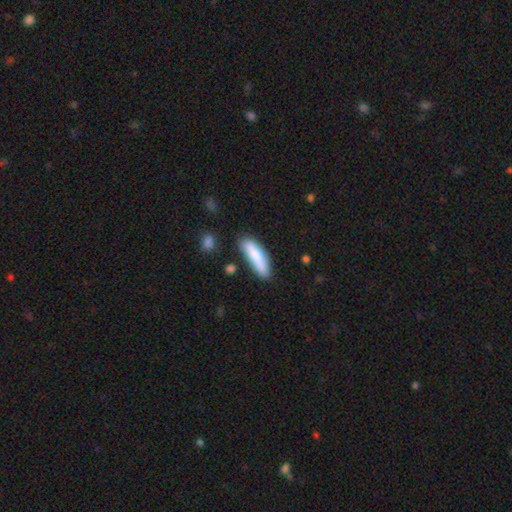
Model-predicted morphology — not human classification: Overall: smooth (78%). How rounded: cigar-shaped (61%; in between 37%). Merging: none (71%).